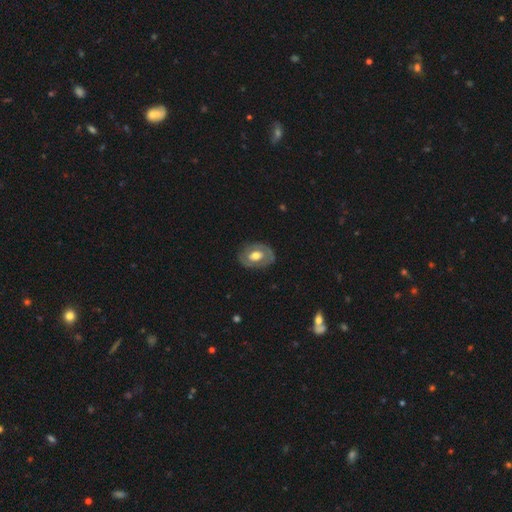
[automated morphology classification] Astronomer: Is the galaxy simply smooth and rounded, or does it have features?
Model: featured or disk — 59% (runner-up: smooth, 36%).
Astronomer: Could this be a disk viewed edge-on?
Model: no — 94%.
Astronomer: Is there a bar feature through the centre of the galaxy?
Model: no — 69%.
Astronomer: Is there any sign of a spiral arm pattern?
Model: no — 66%.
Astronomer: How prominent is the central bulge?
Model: moderate — 62%.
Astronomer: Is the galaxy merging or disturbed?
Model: none — 80%.